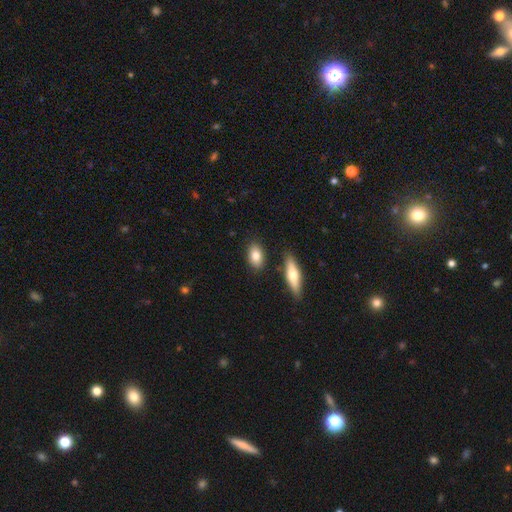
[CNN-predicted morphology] Smooth or featured?
  - smooth: 82% *
  - featured or disk: 12%
  - star or artifact: 6%
How rounded?
  - in between: 85% *
  - round: 9%
  - cigar-shaped: 6%
Merging?
  - none: 82% *
  - minor disturbance: 11%
  - merger: 5%
  - major disturbance: 3%